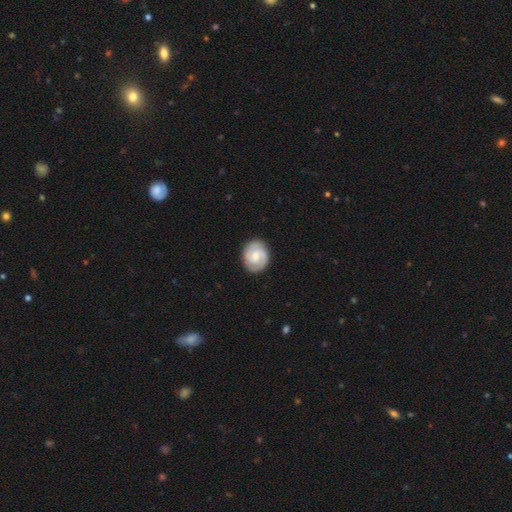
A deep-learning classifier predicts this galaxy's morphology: This is likely a featured or disk galaxy (75%). It is clearly not viewed edge-on (98%). Bar: possibly weak (46%, tied with no). Spiral arm pattern: clearly yes (95%). Spiral arm count: clearly 2 (83%). Spiral winding: possibly tight (53%). Central bulge: possibly small (47%). Merging: clearly none (86%).